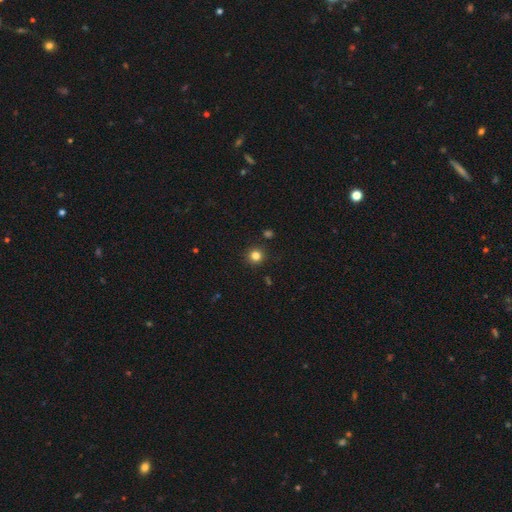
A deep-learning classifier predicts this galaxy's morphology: Smooth or featured? Predicted: smooth (p=0.81). How rounded? Predicted: round (p=0.94). Merging? Predicted: none (p=0.91).